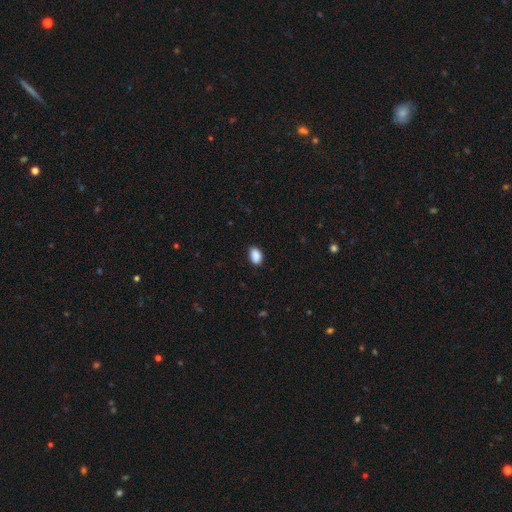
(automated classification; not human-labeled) This appears to be a smooth galaxy with no disk features (90%) that is in between round and cigar-shaped (86%). Merging: none (85%).